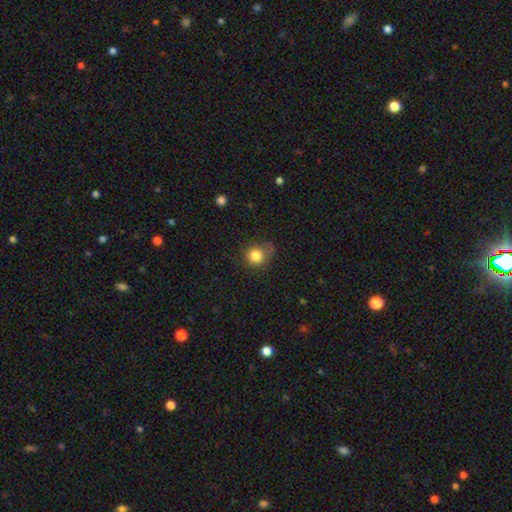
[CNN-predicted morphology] Smooth or featured?
  - smooth: 83% *
  - star or artifact: 11%
  - featured or disk: 6%
How rounded?
  - round: 88% *
  - in between: 11%
  - cigar-shaped: 1%
Merging?
  - none: 68% *
  - minor disturbance: 21%
  - major disturbance: 8%
  - merger: 3%